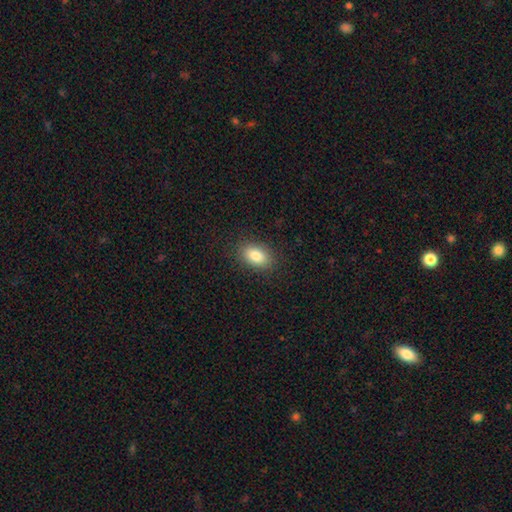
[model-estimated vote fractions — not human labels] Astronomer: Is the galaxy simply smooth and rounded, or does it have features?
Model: smooth — 85%.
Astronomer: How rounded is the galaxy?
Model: in between — 89%.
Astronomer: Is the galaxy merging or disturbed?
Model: none — 88%.